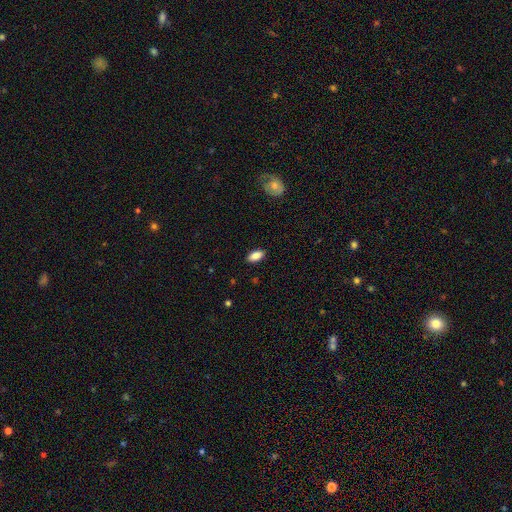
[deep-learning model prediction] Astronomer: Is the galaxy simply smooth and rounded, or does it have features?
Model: smooth — 85%.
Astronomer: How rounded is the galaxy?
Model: in between — 90%.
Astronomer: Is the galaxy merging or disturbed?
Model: none — 88%.